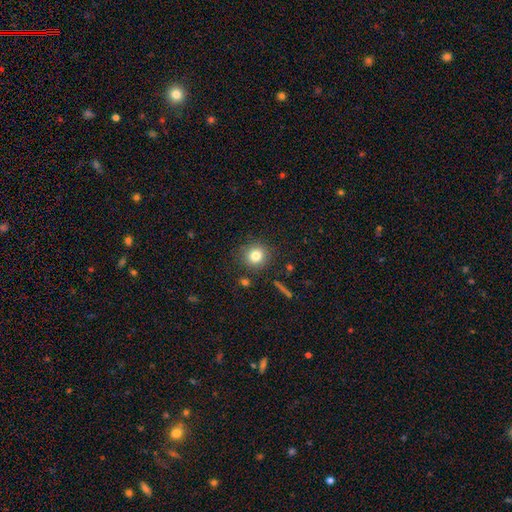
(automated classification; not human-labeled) The model was most divided on "smooth or featured": smooth: 80%, star or artifact: 12%, featured or disk: 8%. More confident: how rounded — round (90%); merging — none (86%).